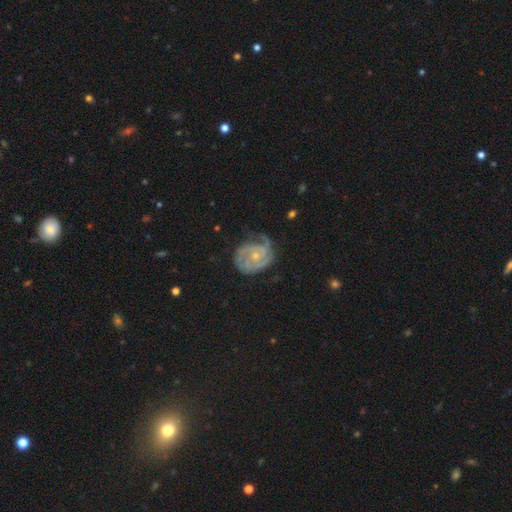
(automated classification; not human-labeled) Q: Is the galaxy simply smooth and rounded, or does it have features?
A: featured or disk — 87%.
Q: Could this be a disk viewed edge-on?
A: no — 98%.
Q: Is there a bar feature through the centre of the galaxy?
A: no — 73%.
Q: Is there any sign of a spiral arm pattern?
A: yes — 96%.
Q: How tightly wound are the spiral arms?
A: tight — 66%.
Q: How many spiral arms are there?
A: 2 — 43%.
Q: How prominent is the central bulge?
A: small — 65%.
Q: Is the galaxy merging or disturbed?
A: none — 59%.